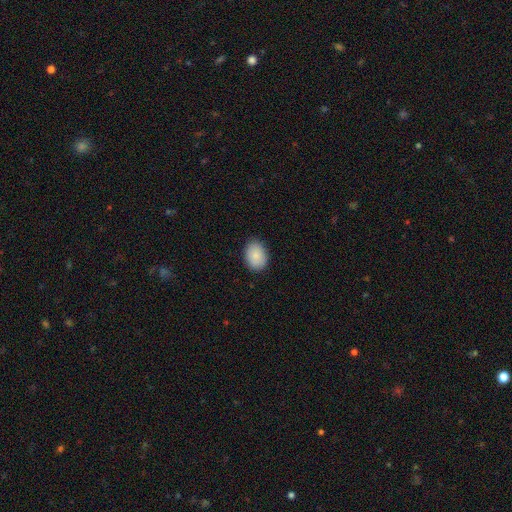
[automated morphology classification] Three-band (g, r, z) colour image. It shows a smooth galaxy with no disk features (88%) that is in between round and cigar-shaped (75%). Merging: none (87%).